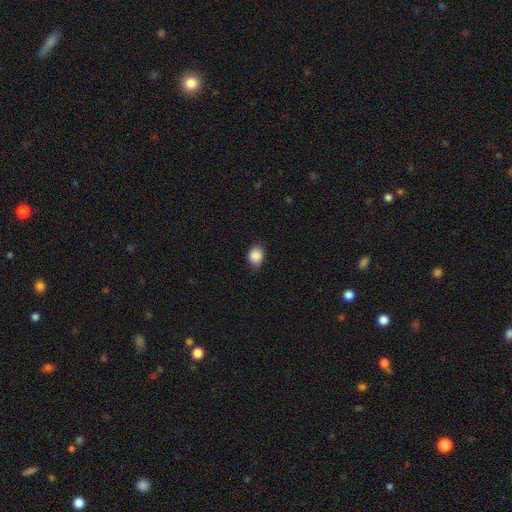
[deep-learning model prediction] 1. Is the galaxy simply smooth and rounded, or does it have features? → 87% smooth, 8% star or artifact, 4% featured or disk.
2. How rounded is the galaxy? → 51% in between, 48% round, 1% cigar-shaped.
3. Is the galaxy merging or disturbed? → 71% none, 23% minor disturbance, 4% major disturbance, 1% merger.